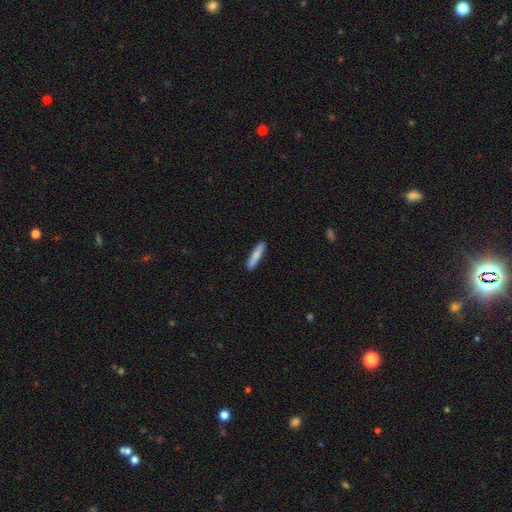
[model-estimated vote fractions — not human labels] Overall: smooth (78%). How rounded: cigar-shaped (89%). Merging: none (89%).